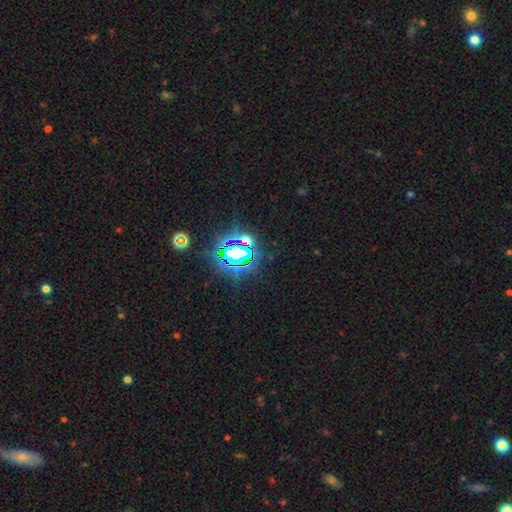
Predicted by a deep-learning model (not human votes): Smooth or featured?
  - star or artifact: 82% *
  - smooth: 11%
  - featured or disk: 7%